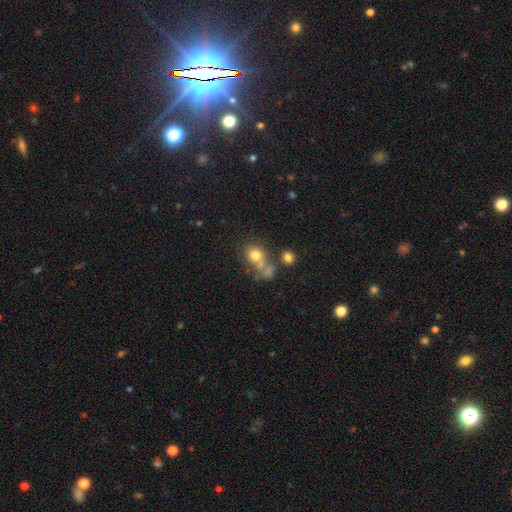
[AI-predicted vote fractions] Morphology: type=smooth (74%); roundness=round (67%); merging=none (43%).